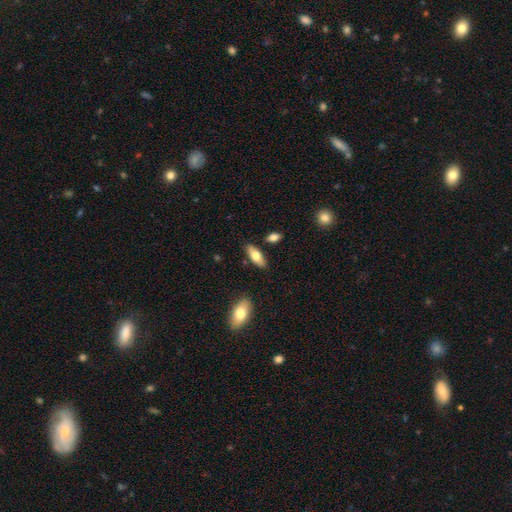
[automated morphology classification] Q: Smooth or featured?
A: smooth (71%); runner-up: featured or disk (23%)
Q: How rounded?
A: in between (75%); runner-up: cigar-shaped (23%)
Q: Merging?
A: none (83%); runner-up: minor disturbance (10%)